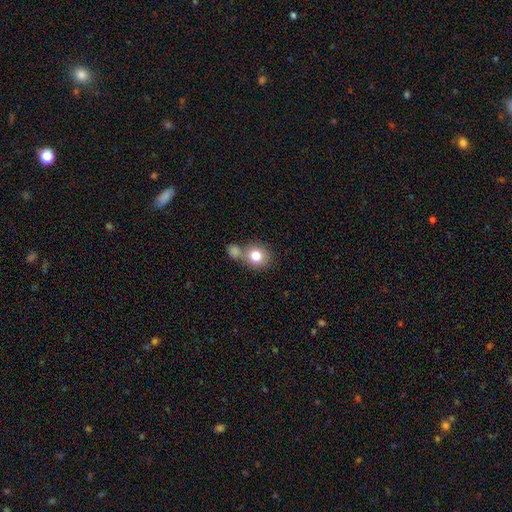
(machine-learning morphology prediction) smooth_or_featured: smooth (p=0.79) [alt: featured or disk p=0.11]
how_rounded: round (p=0.77) [alt: in between p=0.22]
merging: none (p=0.49) [alt: merger p=0.37]